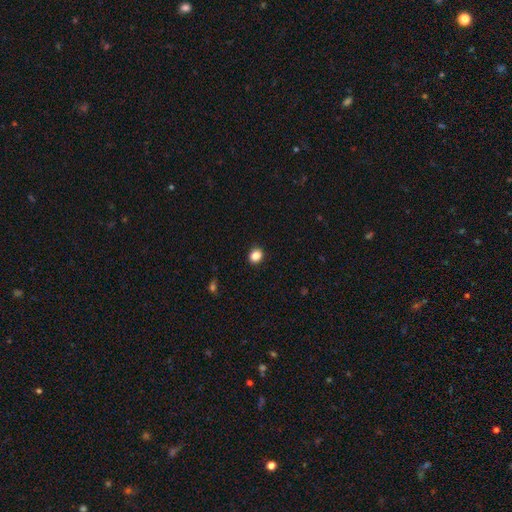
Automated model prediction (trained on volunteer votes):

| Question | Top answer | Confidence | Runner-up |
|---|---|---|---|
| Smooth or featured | smooth | 87% | star or artifact (10%) |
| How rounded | round | 59% | in between (40%) |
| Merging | none | 90% | minor disturbance (7%) |